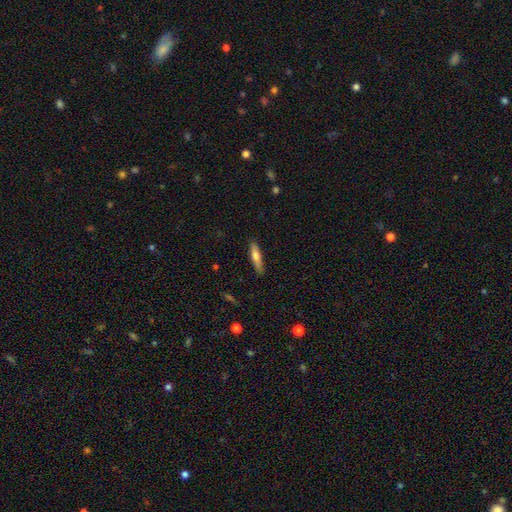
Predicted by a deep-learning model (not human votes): smooth-or-featured: smooth: 65% | featured or disk: 29% | star or artifact: 6%
  how-rounded: cigar-shaped: 80% | in between: 18% | round: 2%
  merging: none: 86% | minor disturbance: 11% | major disturbance: 2% | merger: 1%